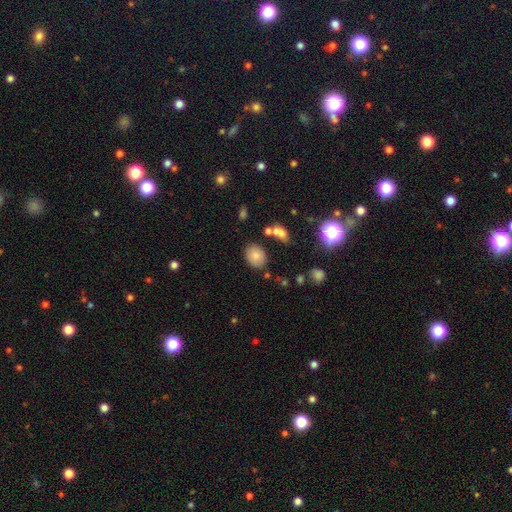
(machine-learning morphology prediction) smooth-or-featured: smooth: 78% | star or artifact: 12% | featured or disk: 10%
  how-rounded: in between: 60% | round: 39% | cigar-shaped: 1%
  merging: none: 77% | minor disturbance: 13% | merger: 7% | major disturbance: 4%